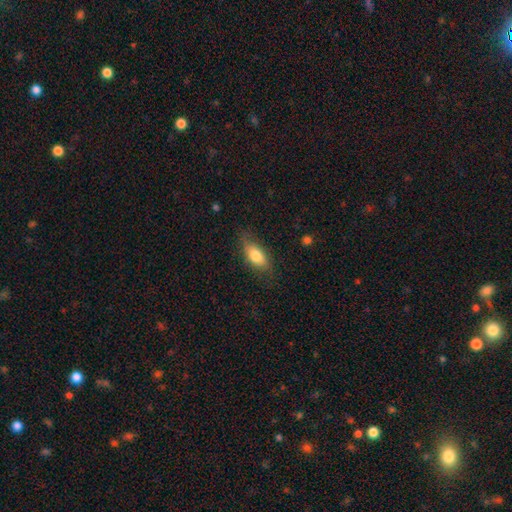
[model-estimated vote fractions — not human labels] Smooth or featured: smooth — 78% (featured or disk — 16%)
How rounded: in between — 82% (cigar-shaped — 14%)
Merging: none — 75% (minor disturbance — 19%)